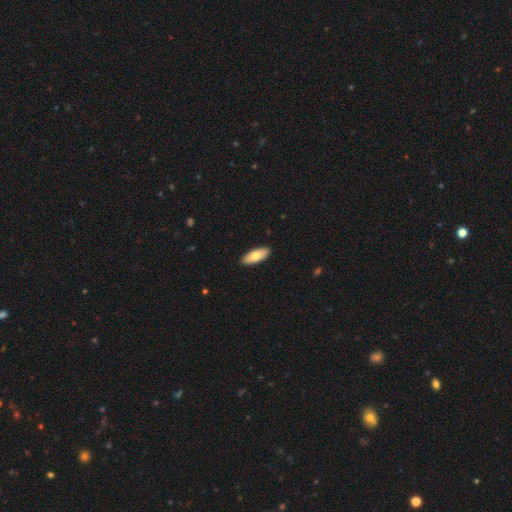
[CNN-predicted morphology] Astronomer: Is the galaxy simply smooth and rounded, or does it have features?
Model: smooth — 74%.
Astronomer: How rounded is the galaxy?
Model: in between — 77%.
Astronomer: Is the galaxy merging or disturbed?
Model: none — 91%.